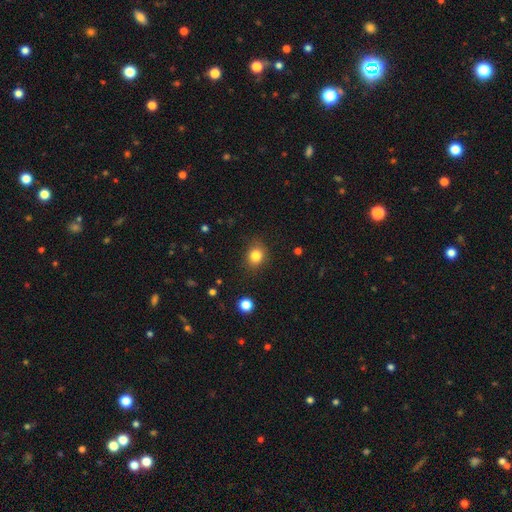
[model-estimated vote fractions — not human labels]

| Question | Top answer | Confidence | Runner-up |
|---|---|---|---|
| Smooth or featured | smooth | 83% | star or artifact (12%) |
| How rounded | round | 65% | in between (34%) |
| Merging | none | 84% | minor disturbance (12%) |